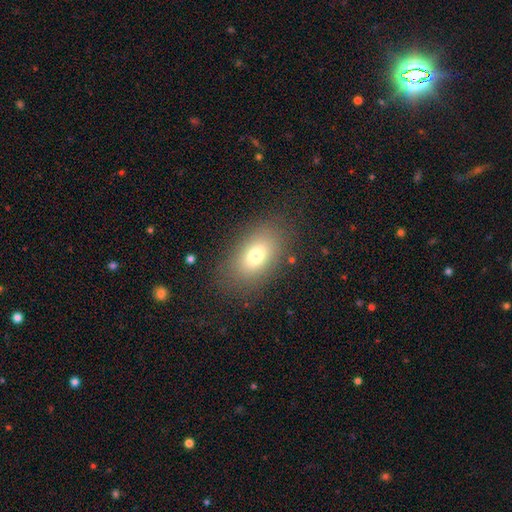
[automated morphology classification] type=smooth (74%); roundness=in between (86%); merging=none (82%).